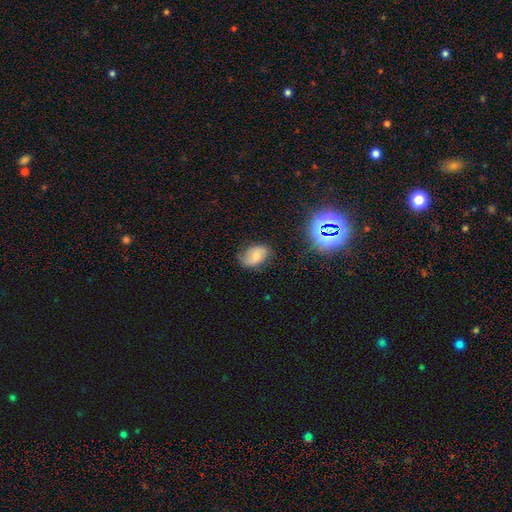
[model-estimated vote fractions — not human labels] A smooth galaxy with no disk features (57%) that is in between round and cigar-shaped (82%).

Vote fractions:
- Smooth or featured? smooth: 57% / featured or disk: 30% / star or artifact: 13%
- How rounded? in between: 82% / round: 16% / cigar-shaped: 1%
- Merging? none: 61% / minor disturbance: 28% / major disturbance: 9% / merger: 2%